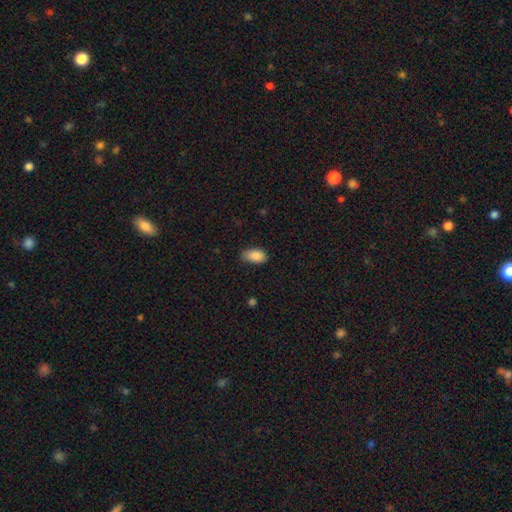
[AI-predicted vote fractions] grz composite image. It shows a smooth galaxy with no disk features (89%) that is in between round and cigar-shaped (93%). Merging: none (75%).